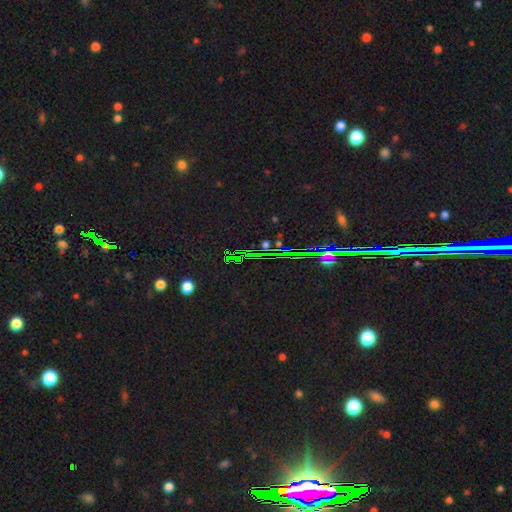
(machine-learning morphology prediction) Smooth or featured? star or artifact (85%)